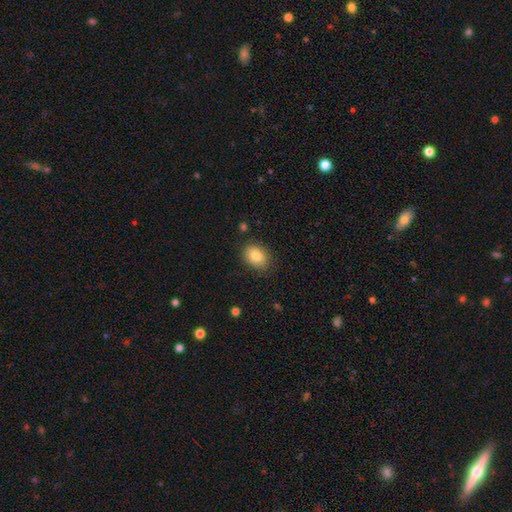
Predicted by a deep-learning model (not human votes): Q: Smooth or featured?
A: smooth (82%); runner-up: featured or disk (10%)
Q: How rounded?
A: in between (65%); runner-up: round (34%)
Q: Merging?
A: none (83%); runner-up: minor disturbance (12%)